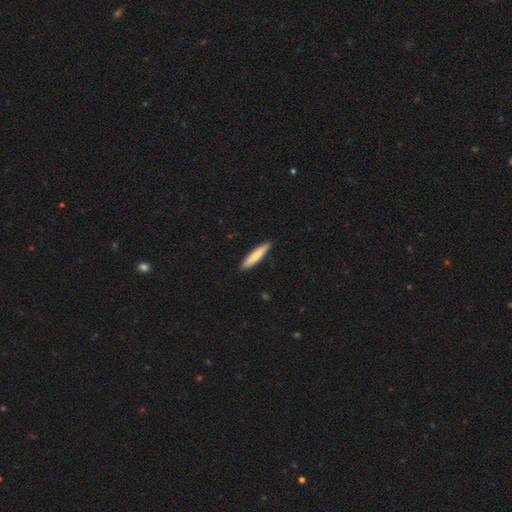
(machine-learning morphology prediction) A smooth galaxy with no disk features (76%) that is cigar-shaped (87%). Merging: none (91%).